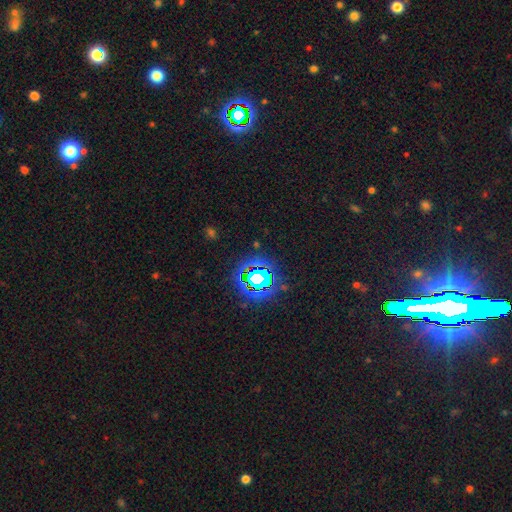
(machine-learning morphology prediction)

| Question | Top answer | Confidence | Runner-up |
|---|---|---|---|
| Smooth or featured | star or artifact | 82% | smooth (10%) |